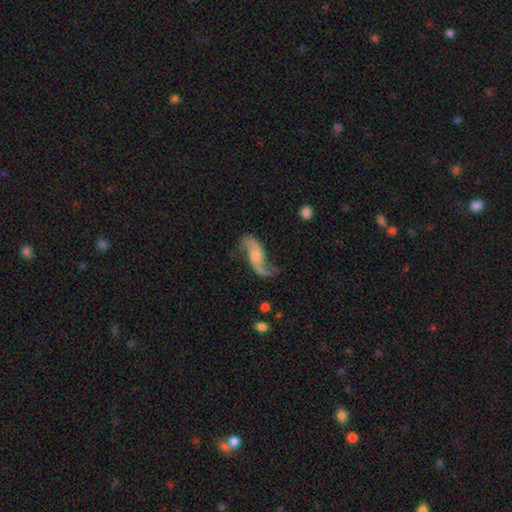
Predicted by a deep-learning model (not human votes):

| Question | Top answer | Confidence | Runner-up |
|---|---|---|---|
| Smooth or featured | featured or disk | 86% | smooth (8%) |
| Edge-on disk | no | 95% | yes (5%) |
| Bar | no | 58% | weak (32%) |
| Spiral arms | yes | 96% | no (4%) |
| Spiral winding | loose | 83% | medium (14%) |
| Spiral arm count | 2 | 93% | 1 (3%) |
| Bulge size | small | 48% | moderate (28%) |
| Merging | none | 72% | minor disturbance (16%) |